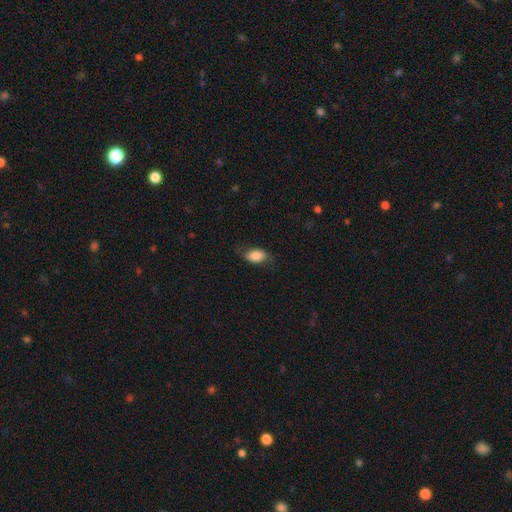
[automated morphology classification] Q: Smooth or featured?
A: smooth (75%); runner-up: featured or disk (17%)
Q: How rounded?
A: in between (87%); runner-up: round (10%)
Q: Merging?
A: none (66%); runner-up: minor disturbance (23%)